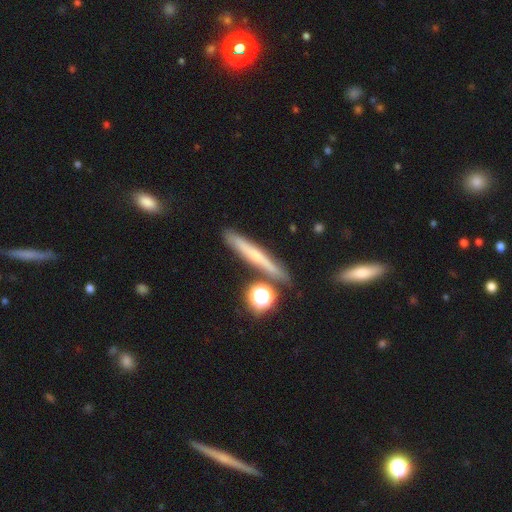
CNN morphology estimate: type=smooth (48%); merging=none (80%).